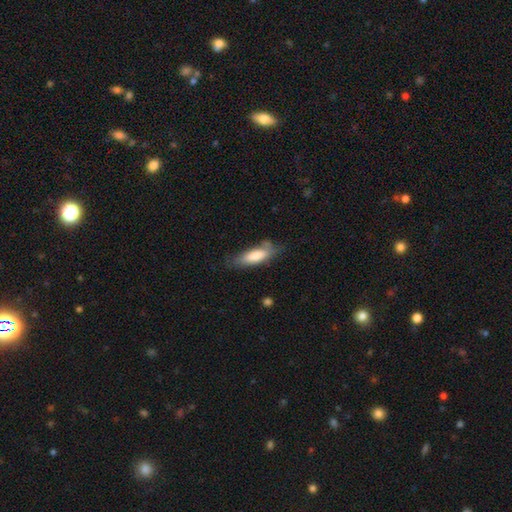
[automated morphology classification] smooth-or-featured: smooth: 77% | featured or disk: 16% | star or artifact: 6%
  how-rounded: in between: 55% | cigar-shaped: 43% | round: 2%
  merging: none: 60% | minor disturbance: 27% | major disturbance: 9% | merger: 4%